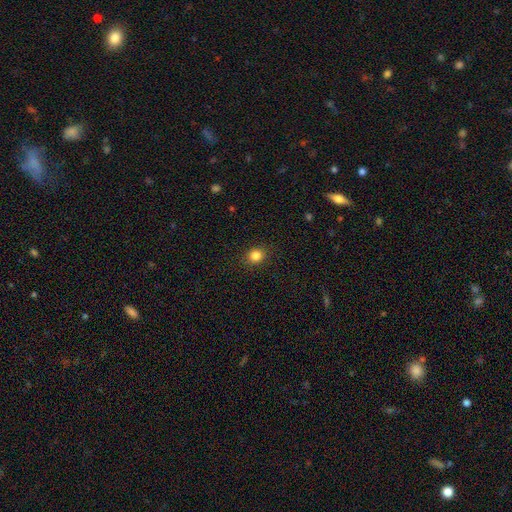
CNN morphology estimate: smooth-or-featured: smooth: 84% | star or artifact: 12% | featured or disk: 4%
  how-rounded: round: 77% | in between: 23% | cigar-shaped: 1%
  merging: none: 90% | minor disturbance: 7% | major disturbance: 2% | merger: 1%